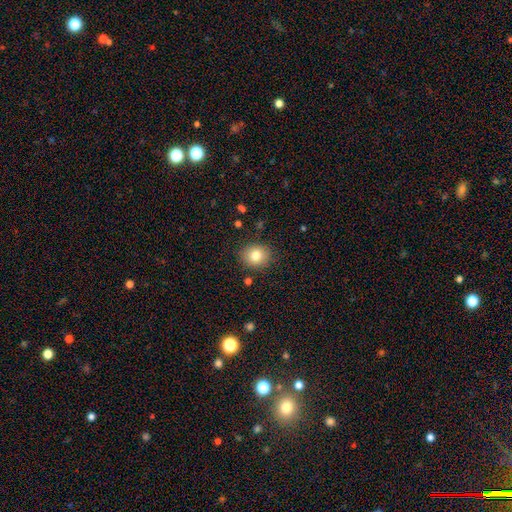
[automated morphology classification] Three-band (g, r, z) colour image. It shows a smooth galaxy with no disk features (79%) that is round (72%). Merging: none (87%).